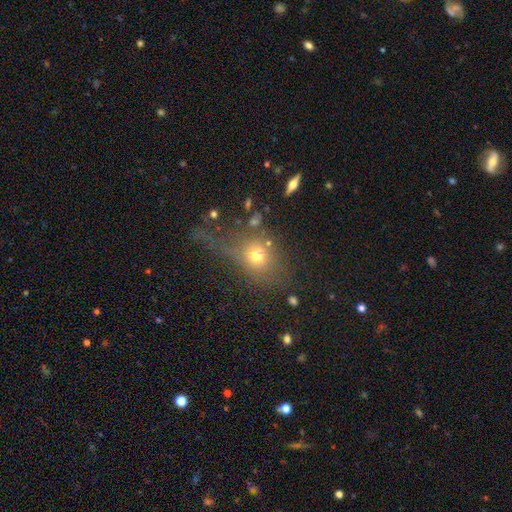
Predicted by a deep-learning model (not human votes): Morphology: type=smooth (65%); roundness=round (64%); merging=none (38%).